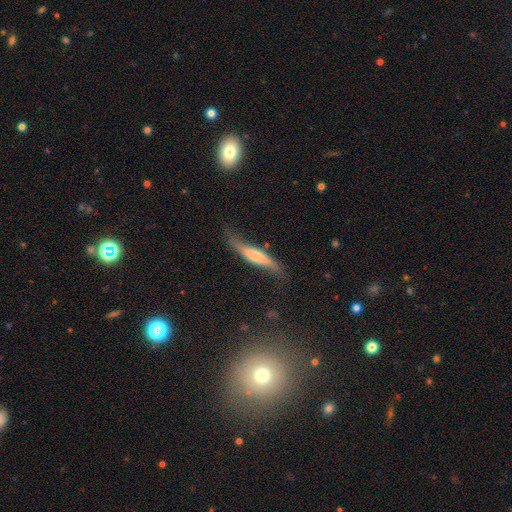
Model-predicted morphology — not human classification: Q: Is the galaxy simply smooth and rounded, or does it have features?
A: smooth — 49%.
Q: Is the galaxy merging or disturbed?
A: none — 59%.